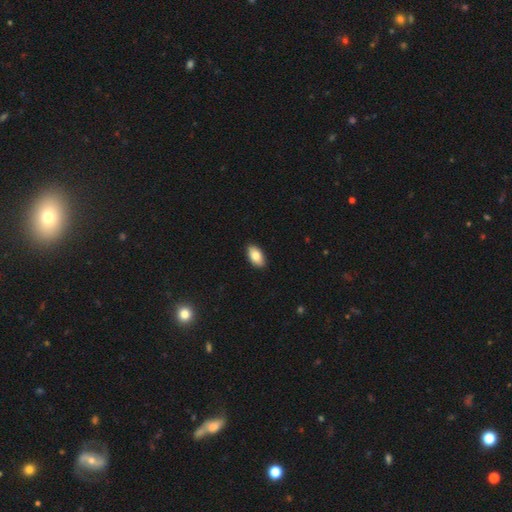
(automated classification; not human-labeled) Smooth or featured: smooth — 82% (featured or disk — 11%)
How rounded: in between — 93% (round — 4%)
Merging: none — 90% (minor disturbance — 8%)